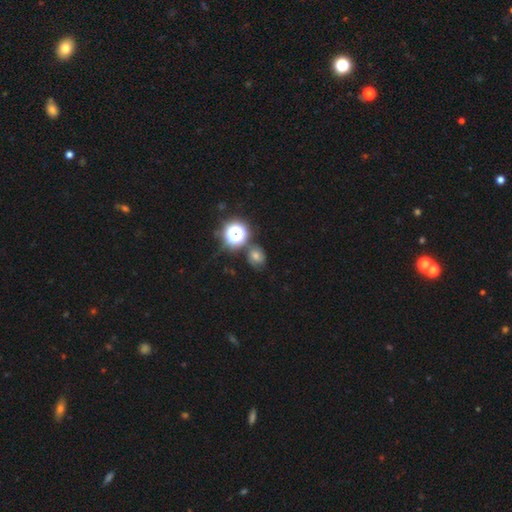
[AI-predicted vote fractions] A smooth galaxy with no disk features (47%).

Vote fractions:
- Smooth or featured? smooth: 47% / star or artifact: 37% / featured or disk: 17%
- Merging? none: 73% / minor disturbance: 13% / merger: 8% / major disturbance: 6%